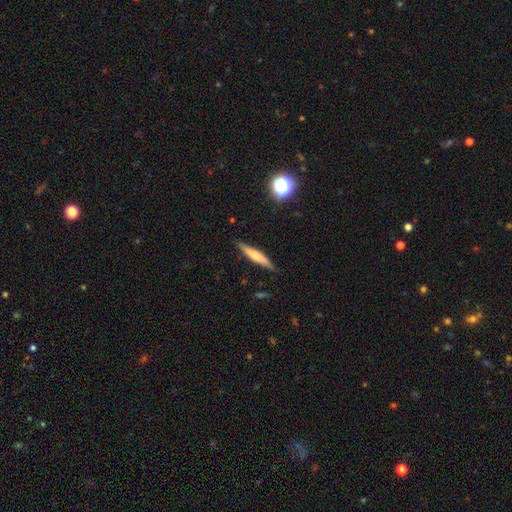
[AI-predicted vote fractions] Overall: smooth (50%; featured or disk 42%). How rounded: cigar-shaped (89%). Merging: none (85%).